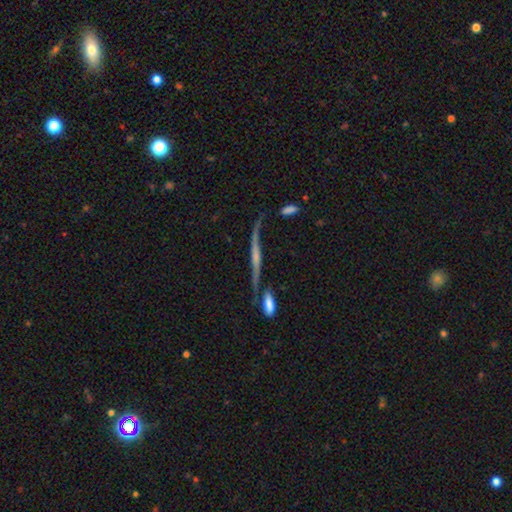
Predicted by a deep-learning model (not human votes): smooth-or-featured: featured or disk: 74% | smooth: 16% | star or artifact: 10%
  disk-edge-on: yes: 69% | no: 31%
    edge-on-bulge: none: 42% | rounded: 38% | boxy: 20%
  merging: none: 47% | merger: 20% | minor disturbance: 19% | major disturbance: 14%